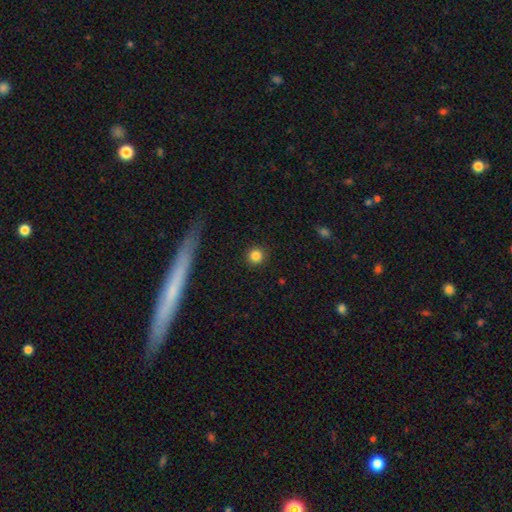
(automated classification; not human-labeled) A smooth galaxy with no disk features (84%) that is round (95%).

Vote fractions:
- Smooth or featured? smooth: 84% / star or artifact: 11% / featured or disk: 5%
- How rounded? round: 95% / in between: 4% / cigar-shaped: 1%
- Merging? none: 91% / minor disturbance: 6% / major disturbance: 2% / merger: 1%